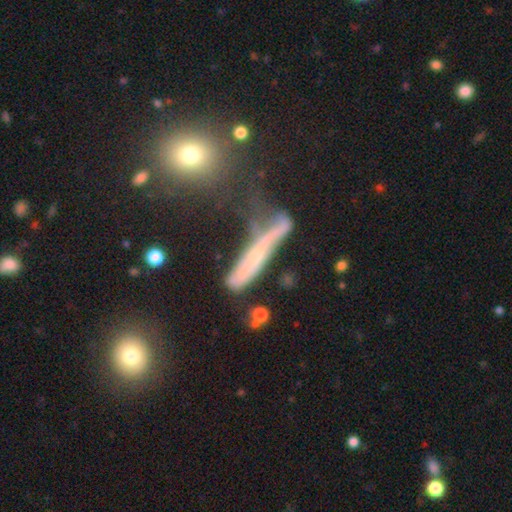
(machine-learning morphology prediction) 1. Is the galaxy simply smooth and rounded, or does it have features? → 60% featured or disk, 29% smooth, 11% star or artifact.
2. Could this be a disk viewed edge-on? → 73% yes, 27% no.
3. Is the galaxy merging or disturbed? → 43% none, 25% minor disturbance, 17% major disturbance, 15% merger.